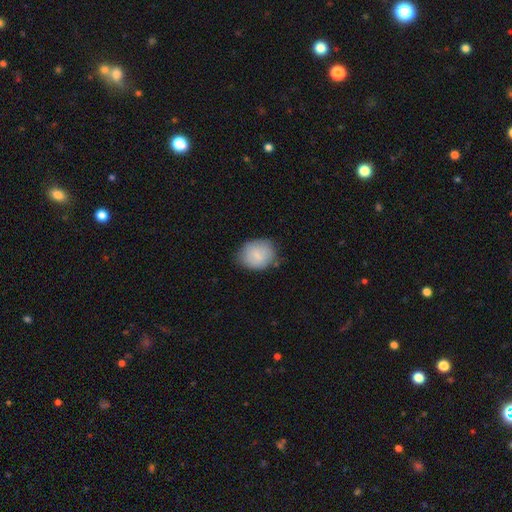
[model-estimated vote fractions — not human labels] Morphology: type=smooth (81%); roundness=round (55%); merging=none (69%).